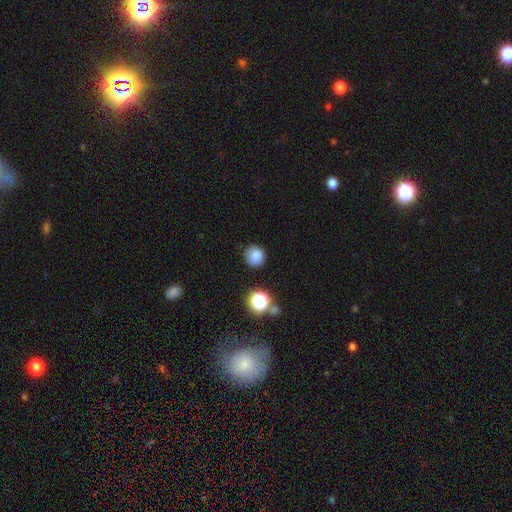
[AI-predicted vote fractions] A smooth galaxy with no disk features (81%) that is round (87%).

Vote fractions:
- Smooth or featured? smooth: 81% / star or artifact: 13% / featured or disk: 6%
- How rounded? round: 87% / in between: 12% / cigar-shaped: 1%
- Merging? none: 83% / minor disturbance: 11% / major disturbance: 3% / merger: 3%